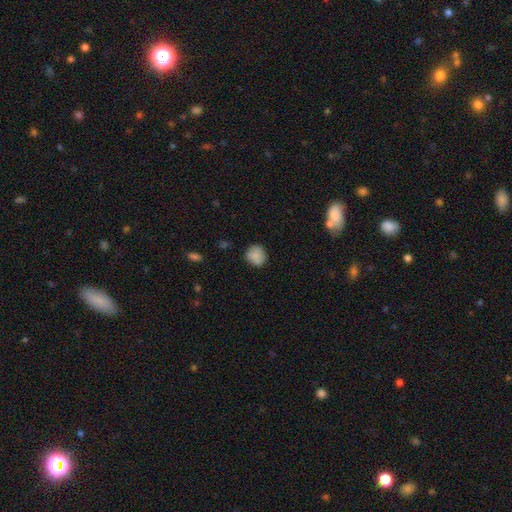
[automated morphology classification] The model was most divided on "merging": none: 76%, minor disturbance: 18%, major disturbance: 4%, merger: 2%. More confident: smooth or featured — smooth (82%); how rounded — round (81%).